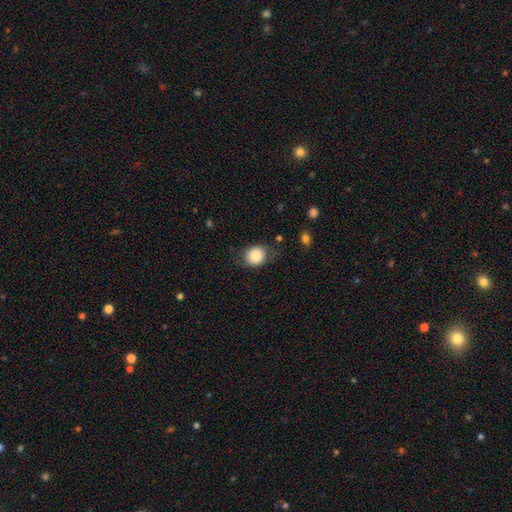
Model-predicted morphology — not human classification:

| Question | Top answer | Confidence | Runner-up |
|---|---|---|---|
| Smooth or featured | smooth | 80% | featured or disk (11%) |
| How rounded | round | 64% | in between (35%) |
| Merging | none | 68% | minor disturbance (22%) |